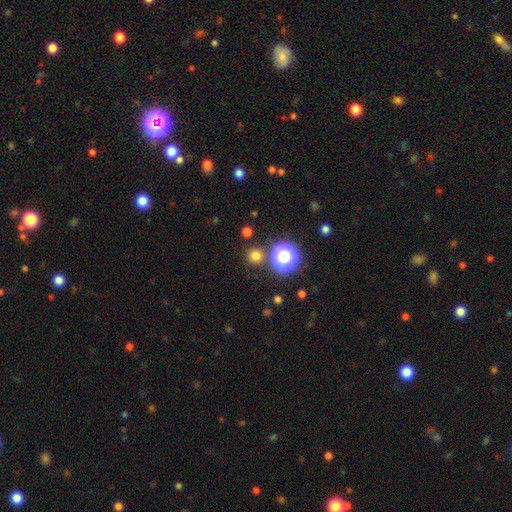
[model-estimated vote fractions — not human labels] Smooth or featured? smooth (72%)
How rounded? round (93%)
Merging? none (85%)